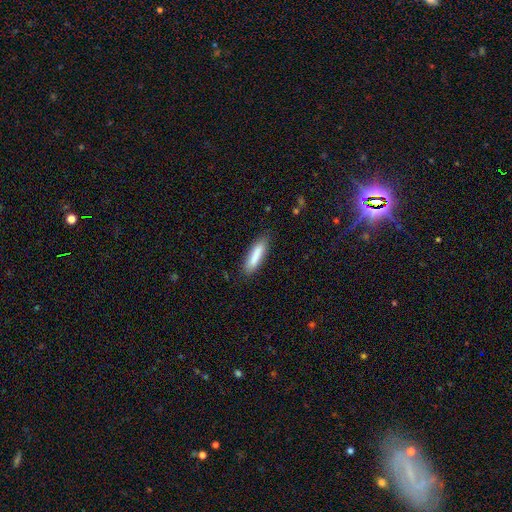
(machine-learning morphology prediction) The model was most divided on "how rounded": cigar-shaped: 71%, in between: 27%, round: 1%. More confident: smooth or featured — smooth (84%); merging — none (84%).